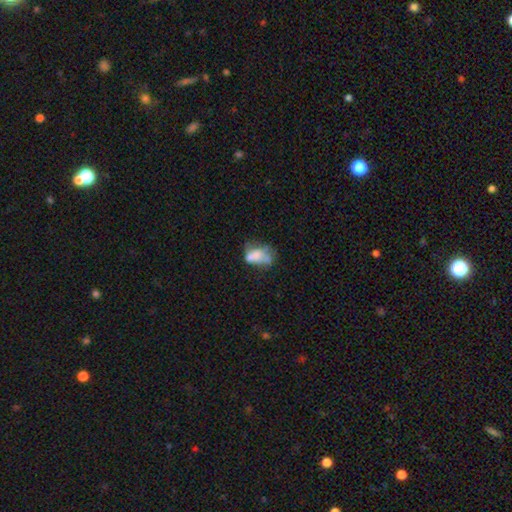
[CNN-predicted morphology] smooth_or_featured: smooth (p=0.51) [alt: featured or disk p=0.39]
how_rounded: in between (p=0.82) [alt: round p=0.16]
merging: major disturbance (p=0.27) [alt: none p=0.26]